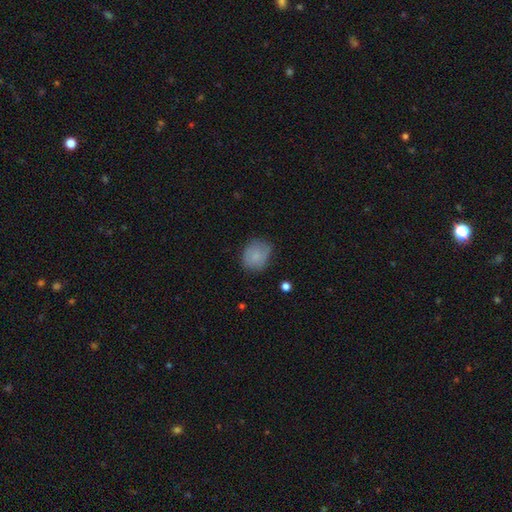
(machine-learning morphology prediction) This appears to be a smooth galaxy with no disk features (78%) that is round (61%). Merging: none (66%).